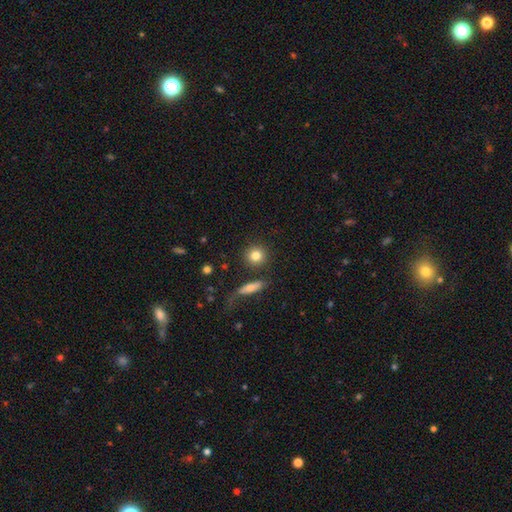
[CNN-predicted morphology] type=smooth (82%); roundness=round (89%); merging=none (82%).